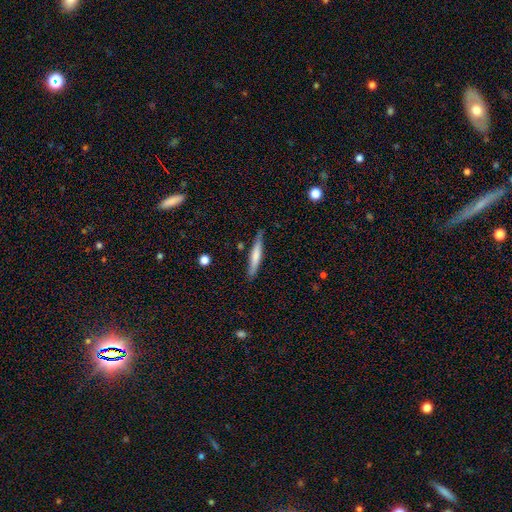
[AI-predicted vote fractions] smooth-or-featured: smooth: 61% | featured or disk: 34% | star or artifact: 5%
  how-rounded: cigar-shaped: 92% | in between: 6% | round: 1%
  merging: none: 81% | minor disturbance: 14% | major disturbance: 2% | merger: 2%